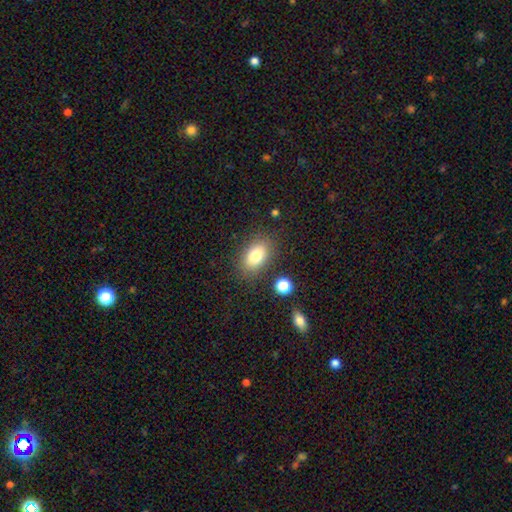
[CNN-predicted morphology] type=smooth (81%); roundness=in between (88%); merging=none (81%).